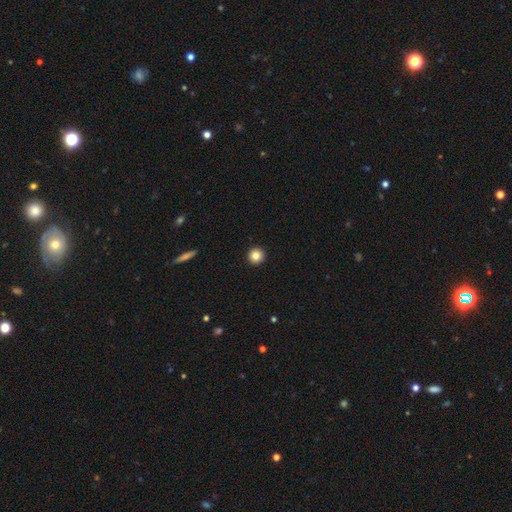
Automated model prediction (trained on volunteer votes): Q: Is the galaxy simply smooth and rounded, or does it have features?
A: smooth — 84%.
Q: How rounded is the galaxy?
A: round — 96%.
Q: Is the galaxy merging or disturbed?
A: none — 94%.